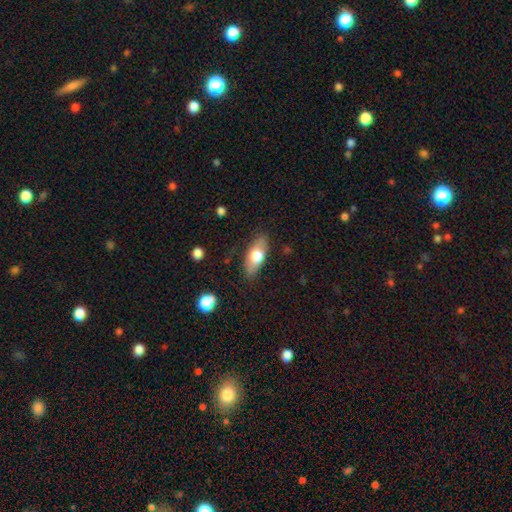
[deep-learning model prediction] Smooth or featured? Predicted: smooth (p=0.68). How rounded? Predicted: in between (p=0.81). Merging? Predicted: none (p=0.83).